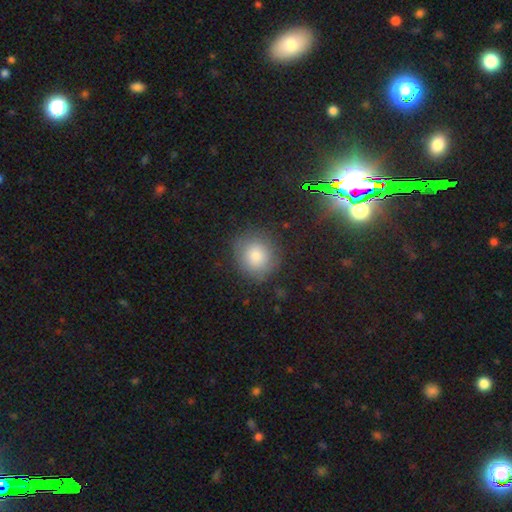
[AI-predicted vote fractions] Overall: smooth (77%). How rounded: round (86%). Merging: none (83%).